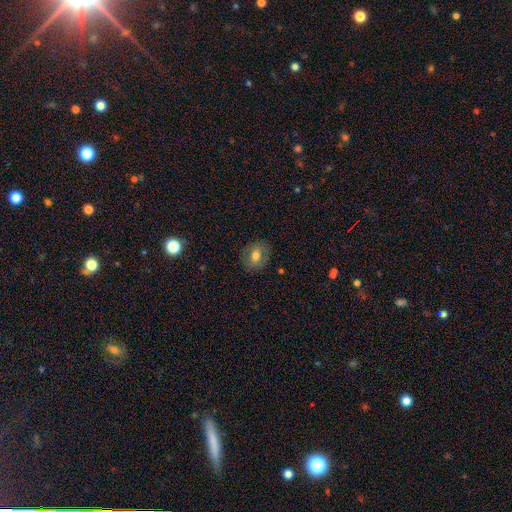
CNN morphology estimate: The model was most divided on "how rounded": round: 53%, in between: 46%, cigar-shaped: 1%. More confident: merging — none (84%); smooth or featured — smooth (67%).